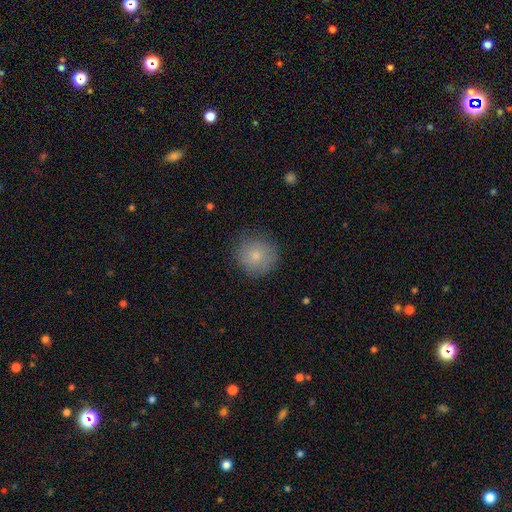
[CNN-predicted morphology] Overall: smooth (79%). How rounded: round (93%). Merging: none (81%).